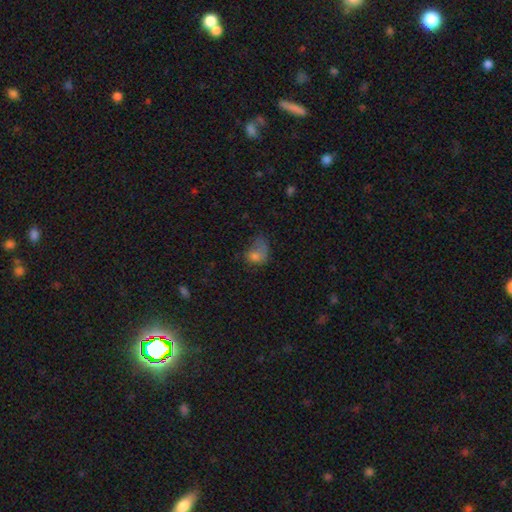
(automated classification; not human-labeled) Smooth or featured? smooth (66%)
How rounded? in between (64%)
Merging? major disturbance (46%)